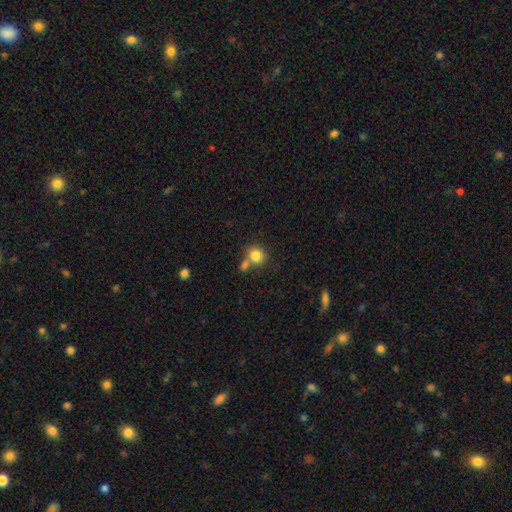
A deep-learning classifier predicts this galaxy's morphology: smooth 83%, star or artifact 10%, featured or disk 7%. Down the decision tree: how rounded — round (82%); merging — none (54%).